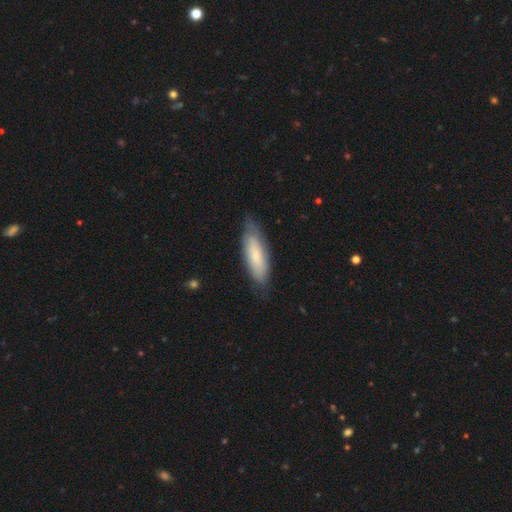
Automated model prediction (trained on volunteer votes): The model was most divided on "how rounded": in between: 52%, cigar-shaped: 46%, round: 1%. More confident: merging — none (74%); smooth or featured — smooth (69%).